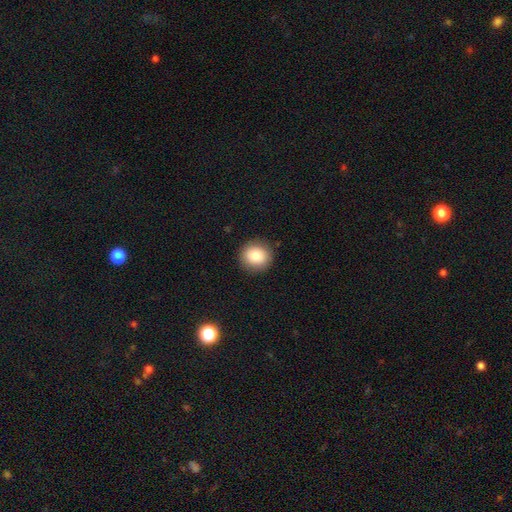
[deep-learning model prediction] A smooth galaxy with no disk features (83%) that is round (89%). Merging: none (90%).